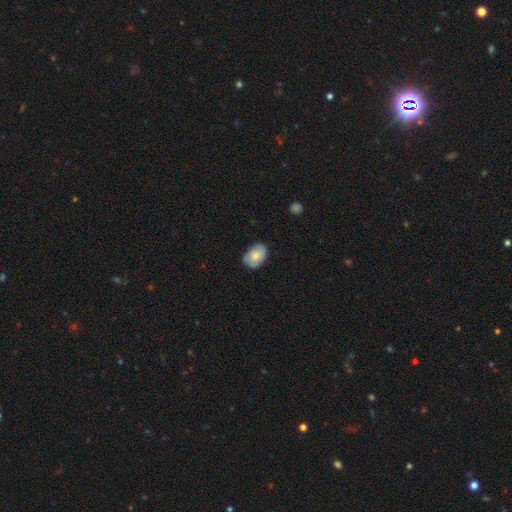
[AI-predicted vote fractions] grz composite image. It shows a smooth galaxy with no disk features (63%) that is in between round and cigar-shaped (82%). Merging: none (74%).